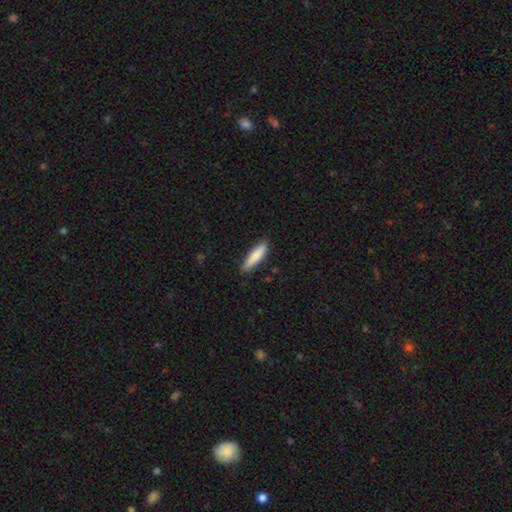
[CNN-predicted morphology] smooth_or_featured: smooth (p=0.83) [alt: featured or disk p=0.12]
how_rounded: cigar-shaped (p=0.76) [alt: in between p=0.22]
merging: none (p=0.84) [alt: minor disturbance p=0.13]